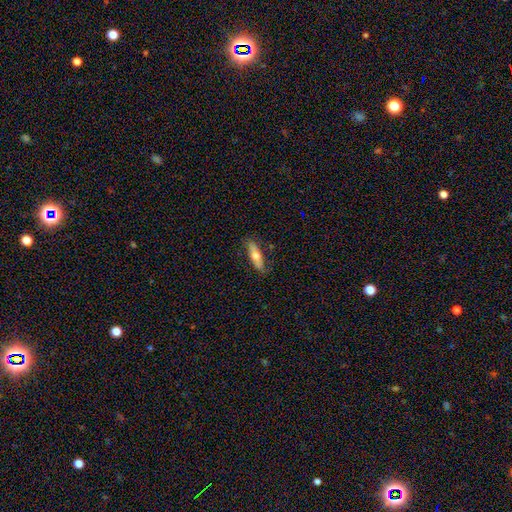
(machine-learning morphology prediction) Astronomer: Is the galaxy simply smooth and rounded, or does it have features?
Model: smooth — 60%.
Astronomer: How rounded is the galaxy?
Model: cigar-shaped — 54% (runner-up: in between, 44%).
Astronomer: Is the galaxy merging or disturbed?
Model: none — 81%.